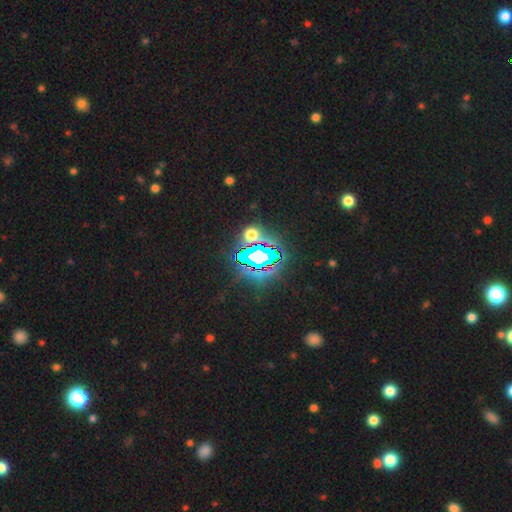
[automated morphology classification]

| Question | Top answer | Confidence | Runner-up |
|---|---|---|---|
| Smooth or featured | star or artifact | 75% | smooth (15%) |